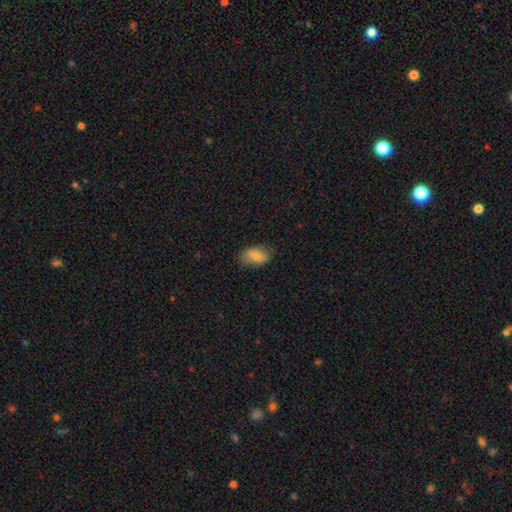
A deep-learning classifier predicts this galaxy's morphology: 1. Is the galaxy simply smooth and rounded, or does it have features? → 74% smooth, 18% featured or disk, 7% star or artifact.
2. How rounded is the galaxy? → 92% in between, 6% round, 2% cigar-shaped.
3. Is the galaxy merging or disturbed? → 76% none, 19% minor disturbance, 4% major disturbance, 1% merger.